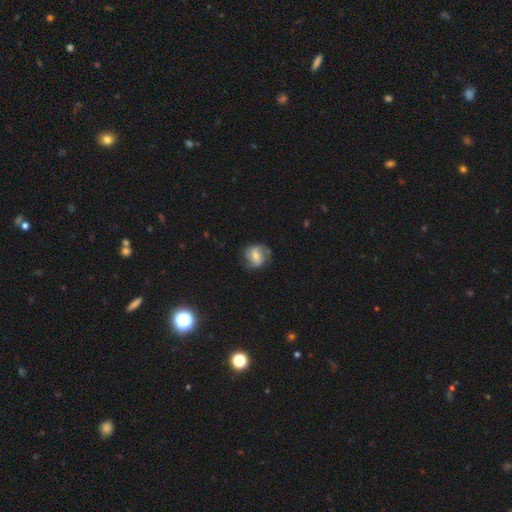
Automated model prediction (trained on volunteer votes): Q: Smooth or featured?
A: featured or disk (52%); runner-up: smooth (40%)
Q: Edge-on disk?
A: no (97%); runner-up: yes (3%)
Q: Bar?
A: weak (45%); runner-up: no (31%)
Q: Spiral arms?
A: yes (83%); runner-up: no (17%)
Q: Bulge size?
A: moderate (47%); runner-up: small (40%)
Q: Merging?
A: none (71%); runner-up: minor disturbance (20%)